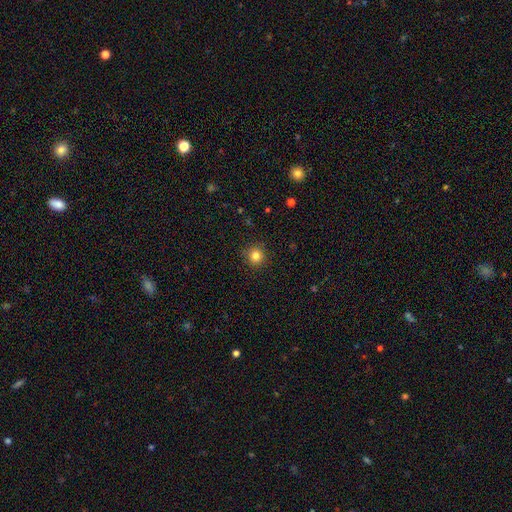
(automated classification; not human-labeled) A smooth galaxy with no disk features (82%) that is round (94%). Merging: none (91%).